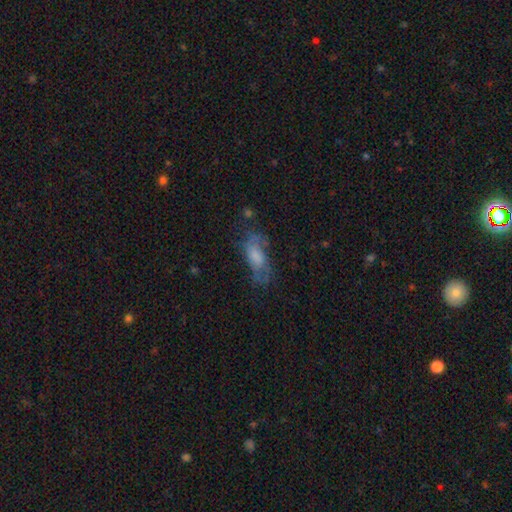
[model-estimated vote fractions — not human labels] Q: Smooth or featured?
A: smooth (47%); runner-up: featured or disk (41%)
Q: Merging?
A: none (50%); runner-up: minor disturbance (25%)